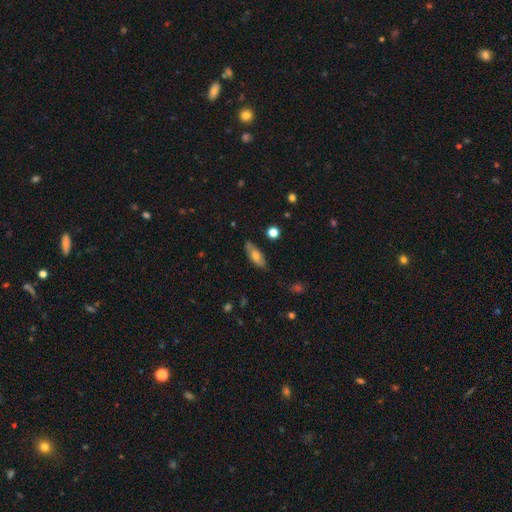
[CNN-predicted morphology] Overall: smooth (65%; featured or disk 28%). How rounded: in between (70%). Merging: none (78%).